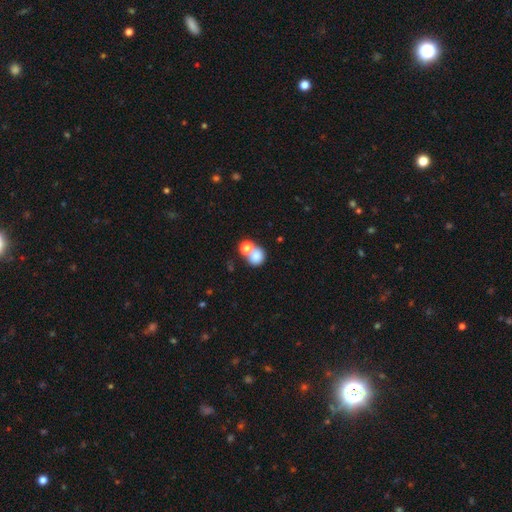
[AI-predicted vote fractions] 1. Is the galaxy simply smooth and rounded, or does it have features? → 78% smooth, 11% featured or disk, 11% star or artifact.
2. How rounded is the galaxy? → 70% round, 29% in between, 1% cigar-shaped.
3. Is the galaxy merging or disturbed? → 51% merger, 36% none, 8% minor disturbance, 5% major disturbance.